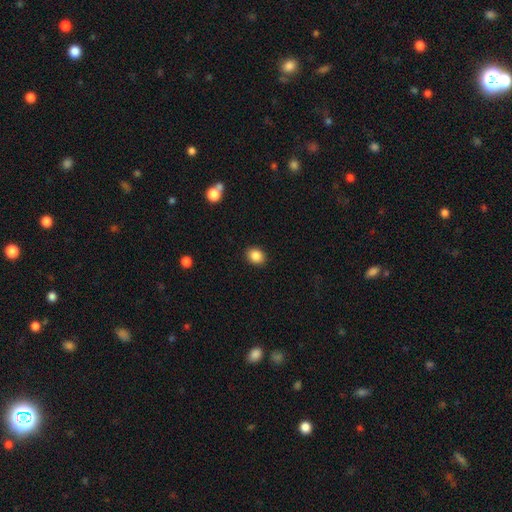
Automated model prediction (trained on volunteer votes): A smooth galaxy with no disk features (87%) that is round (55%). Merging: none (90%).